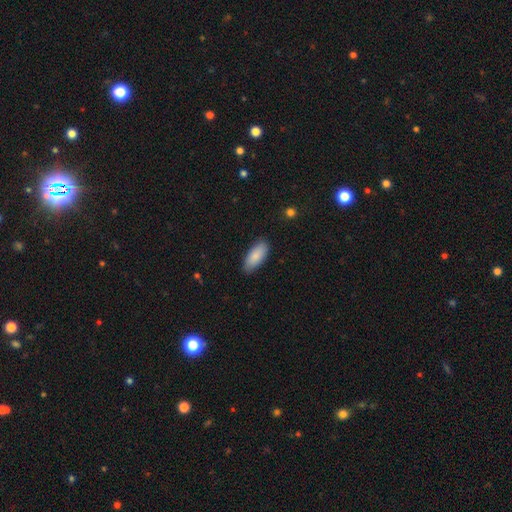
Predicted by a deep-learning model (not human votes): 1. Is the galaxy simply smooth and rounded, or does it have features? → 87% smooth, 7% featured or disk, 6% star or artifact.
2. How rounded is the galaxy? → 86% in between, 13% cigar-shaped, 2% round.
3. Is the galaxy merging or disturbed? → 85% none, 12% minor disturbance, 2% major disturbance, 1% merger.